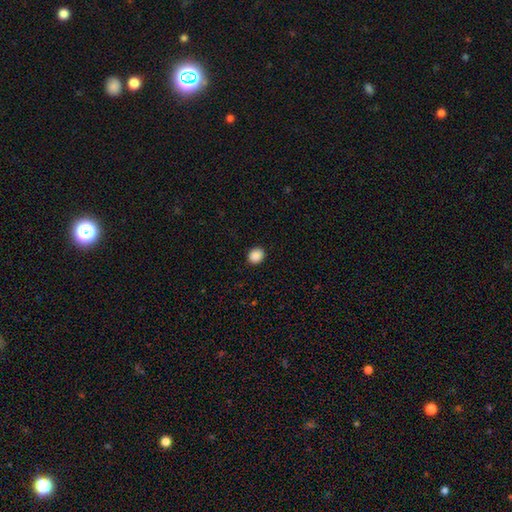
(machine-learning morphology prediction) Smooth or featured: smooth — 89% (star or artifact — 9%)
How rounded: round — 59% (in between — 40%)
Merging: none — 90% (minor disturbance — 7%)